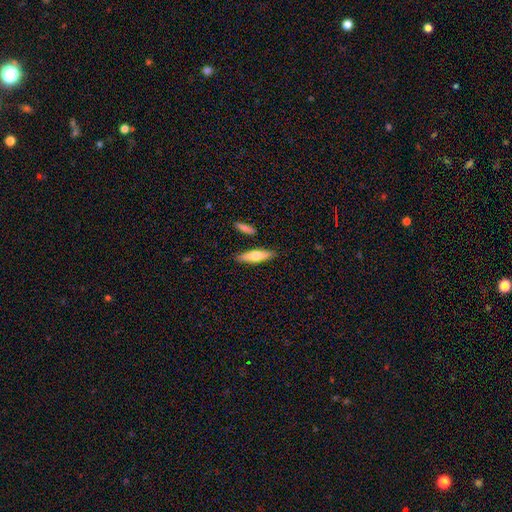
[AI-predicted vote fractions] A smooth galaxy with no disk features (64%) that is cigar-shaped (67%).

Vote fractions:
- Smooth or featured? smooth: 64% / featured or disk: 30% / star or artifact: 6%
- How rounded? cigar-shaped: 67% / in between: 31% / round: 2%
- Merging? none: 84% / minor disturbance: 9% / merger: 4% / major disturbance: 2%